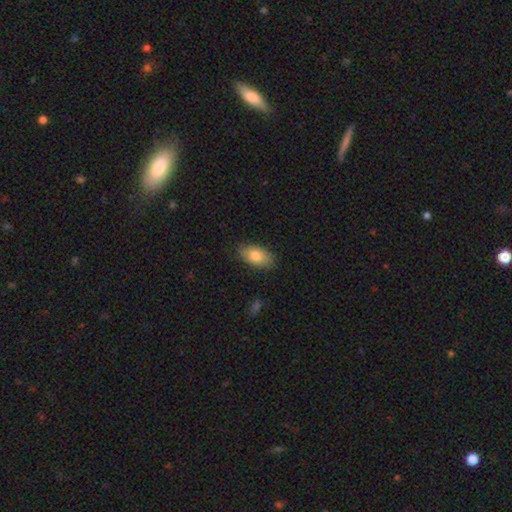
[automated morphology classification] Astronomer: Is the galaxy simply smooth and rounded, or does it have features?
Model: smooth — 77%.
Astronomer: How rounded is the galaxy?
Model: in between — 93%.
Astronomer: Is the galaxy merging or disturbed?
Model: none — 79%.